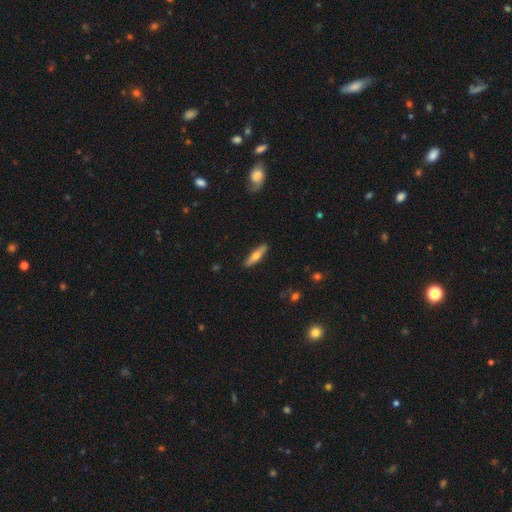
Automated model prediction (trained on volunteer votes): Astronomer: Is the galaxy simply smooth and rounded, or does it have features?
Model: smooth — 60%.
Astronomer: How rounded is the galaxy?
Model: cigar-shaped — 75%.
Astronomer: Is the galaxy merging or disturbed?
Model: none — 89%.